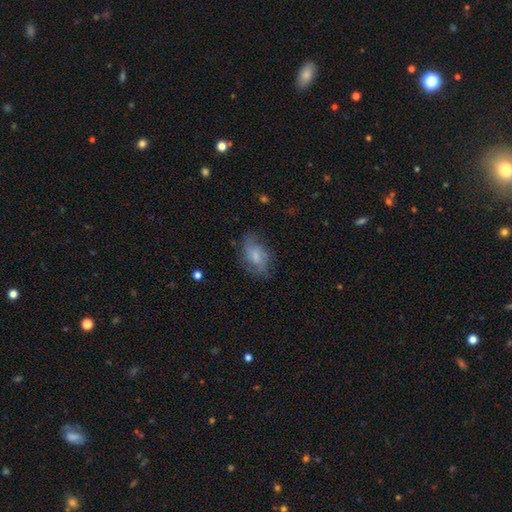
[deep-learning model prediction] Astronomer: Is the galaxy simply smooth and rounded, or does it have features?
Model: smooth — 63%.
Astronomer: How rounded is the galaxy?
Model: in between — 87%.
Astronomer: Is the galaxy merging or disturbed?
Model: none — 61%.